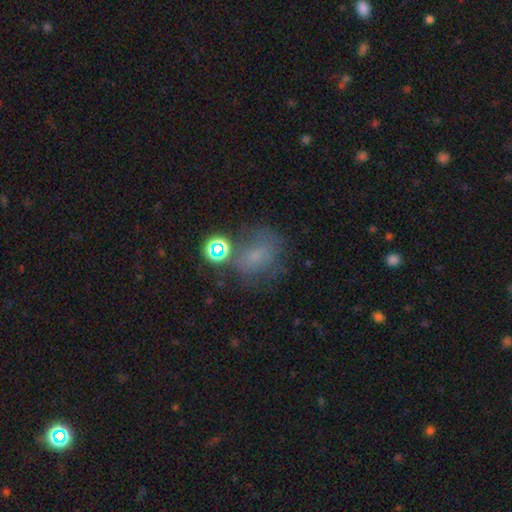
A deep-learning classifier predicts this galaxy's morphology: Q: Smooth or featured?
A: smooth (52%); runner-up: star or artifact (26%)
Q: How rounded?
A: round (51%); runner-up: in between (47%)
Q: Merging?
A: none (45%); runner-up: minor disturbance (22%)